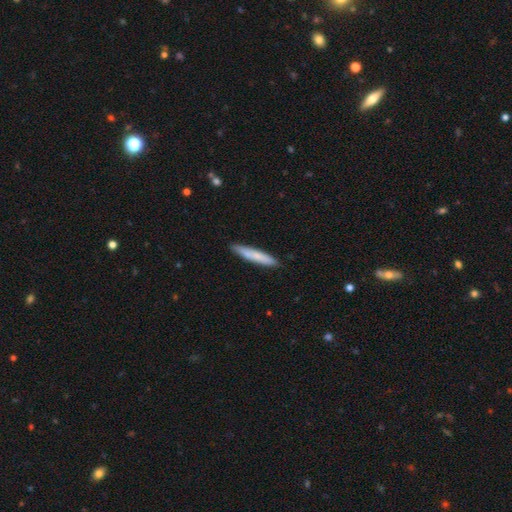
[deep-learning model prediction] This appears to be a smooth galaxy with no disk features (74%) that is cigar-shaped (93%). Merging: none (89%).